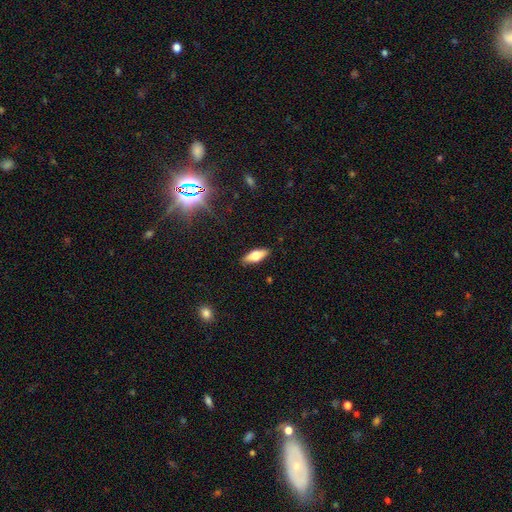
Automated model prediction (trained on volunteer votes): smooth 61%, featured or disk 31%, star or artifact 8%. Down the decision tree: how rounded — in between (68%); merging — none (88%).